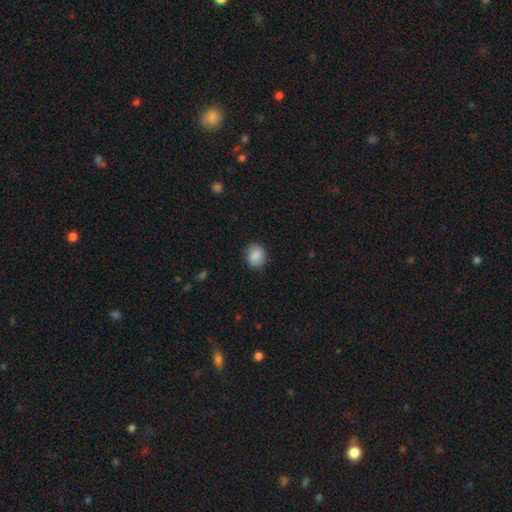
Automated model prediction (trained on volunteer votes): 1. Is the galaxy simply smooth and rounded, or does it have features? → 87% smooth, 8% star or artifact, 5% featured or disk.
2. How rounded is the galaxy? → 60% round, 39% in between, 1% cigar-shaped.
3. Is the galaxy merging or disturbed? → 83% none, 13% minor disturbance, 3% major disturbance, 1% merger.